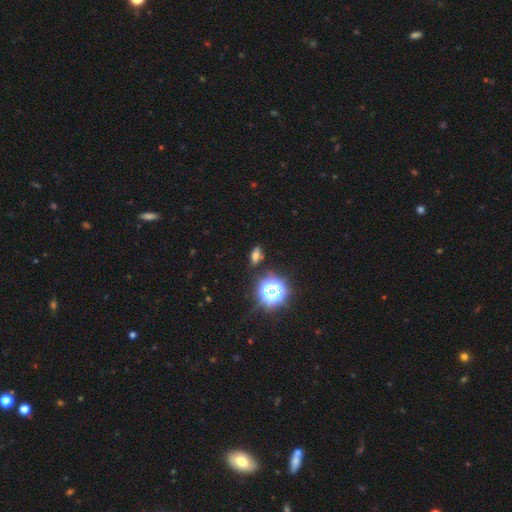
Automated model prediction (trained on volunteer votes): smooth_or_featured: smooth (p=0.61) [alt: star or artifact p=0.27]
how_rounded: in between (p=0.67) [alt: round p=0.19]
merging: none (p=0.80) [alt: minor disturbance p=0.12]